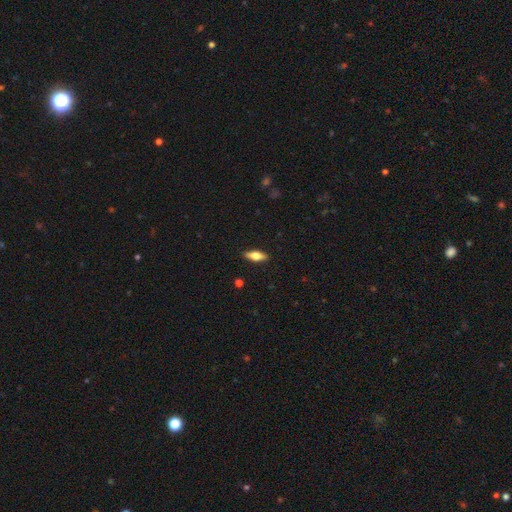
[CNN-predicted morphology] This appears to be a smooth galaxy with no disk features (56%) that is in between round and cigar-shaped (65%). Merging: none (90%).